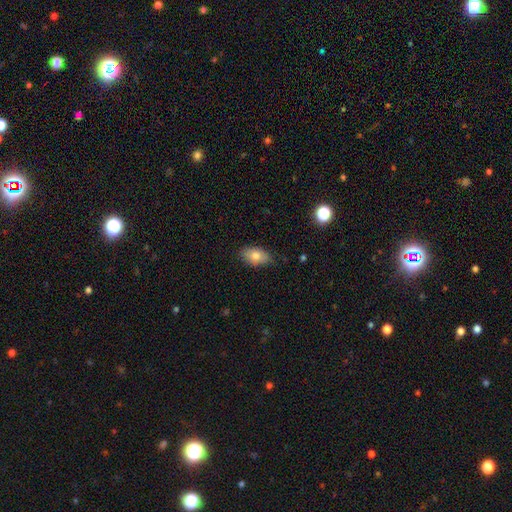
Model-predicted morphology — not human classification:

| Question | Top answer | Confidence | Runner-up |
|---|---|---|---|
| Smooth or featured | smooth | 77% | featured or disk (15%) |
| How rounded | in between | 89% | round (8%) |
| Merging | none | 81% | minor disturbance (15%) |